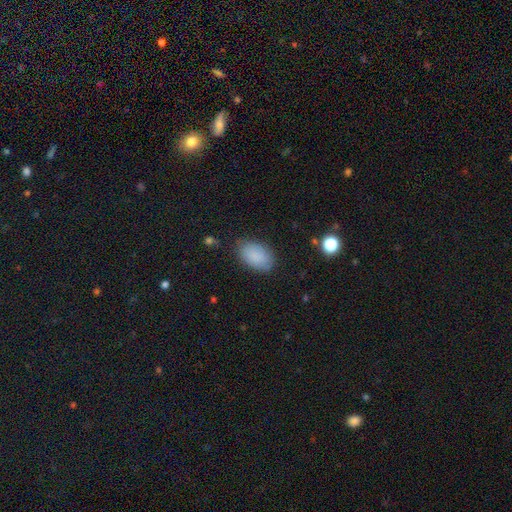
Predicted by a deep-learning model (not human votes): A smooth galaxy with no disk features (87%) that is in between round and cigar-shaped (91%). Merging: none (80%).